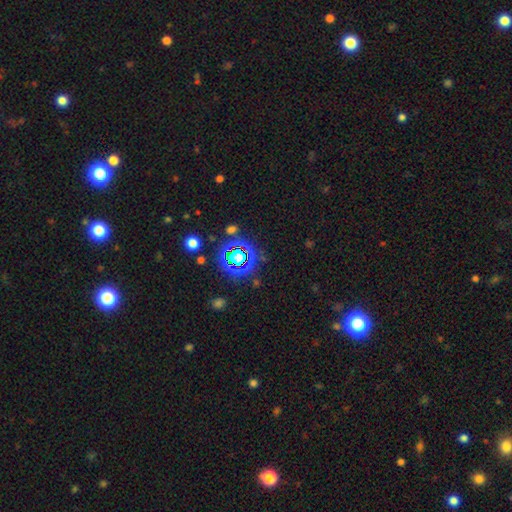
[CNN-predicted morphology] This appears to be a star or artifact, not a galaxy (61%).